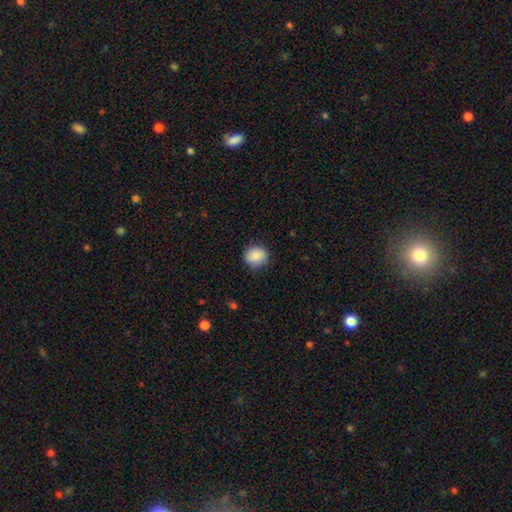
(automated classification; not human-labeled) Smooth or featured? smooth (86%)
How rounded? round (86%)
Merging? none (86%)